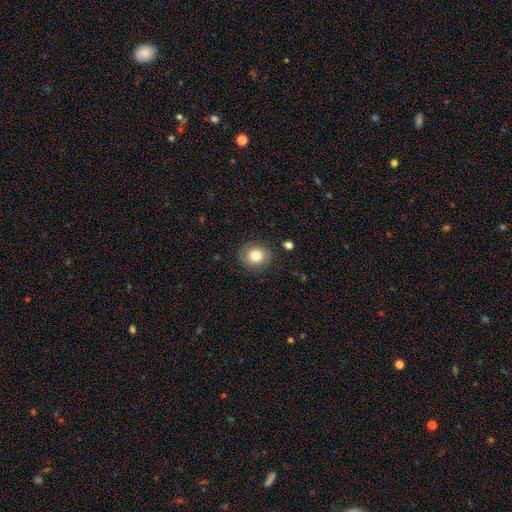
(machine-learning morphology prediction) A smooth galaxy with no disk features (78%) that is round (74%). Merging: none (84%).